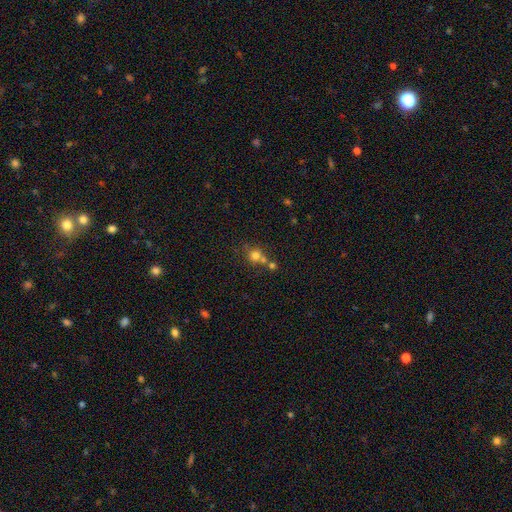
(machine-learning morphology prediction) smooth-or-featured: smooth: 73% | star or artifact: 15% | featured or disk: 12%
  how-rounded: round: 85% | in between: 14% | cigar-shaped: 1%
  merging: none: 48% | merger: 38% | minor disturbance: 9% | major disturbance: 5%